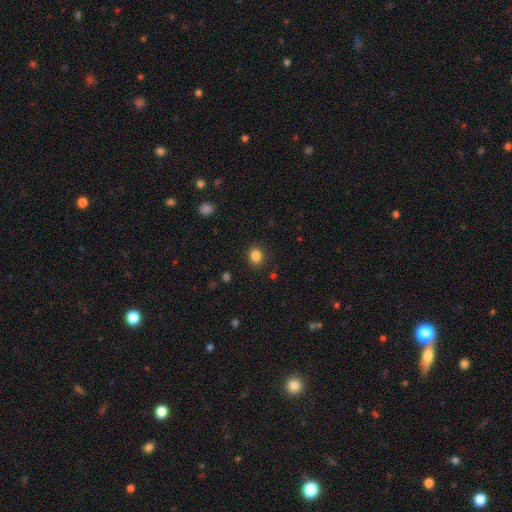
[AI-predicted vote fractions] Smooth or featured: smooth — 85% (star or artifact — 11%)
How rounded: round — 61% (in between — 38%)
Merging: none — 89% (minor disturbance — 8%)